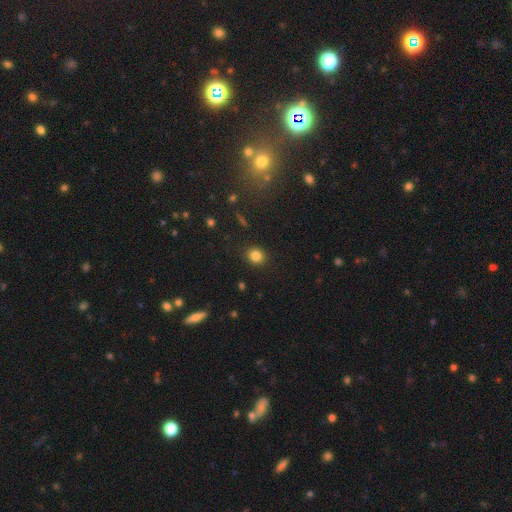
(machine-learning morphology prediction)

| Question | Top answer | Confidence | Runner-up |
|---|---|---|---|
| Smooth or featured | smooth | 83% | star or artifact (11%) |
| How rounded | round | 76% | in between (23%) |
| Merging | none | 88% | minor disturbance (8%) |